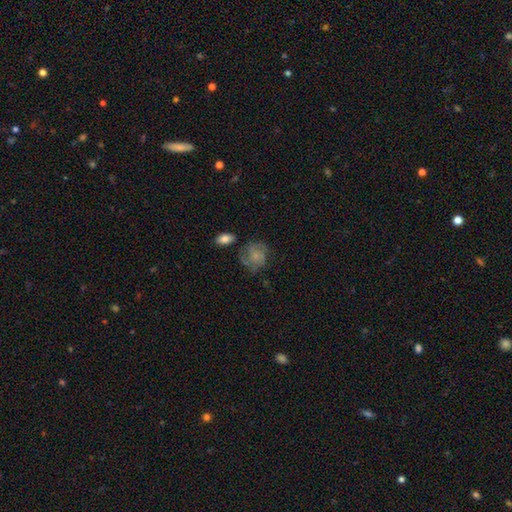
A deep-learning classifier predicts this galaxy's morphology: Smooth or featured? Predicted: featured or disk (p=0.45, tied with smooth). Merging? Predicted: none (p=0.58).